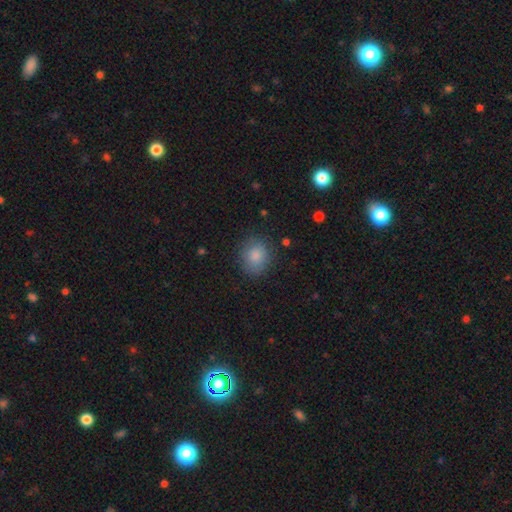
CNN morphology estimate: The model was most divided on "how rounded": round: 74%, in between: 25%, cigar-shaped: 1%. More confident: smooth or featured — smooth (85%); merging — none (83%).